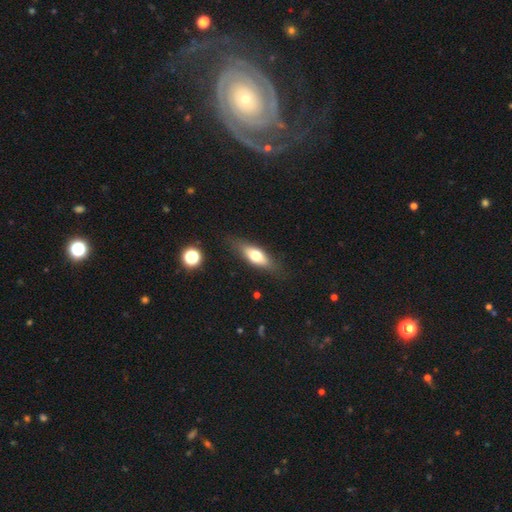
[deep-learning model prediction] smooth 61%, featured or disk 32%, star or artifact 7%. Down the decision tree: how rounded — in between (64%); merging — none (81%).